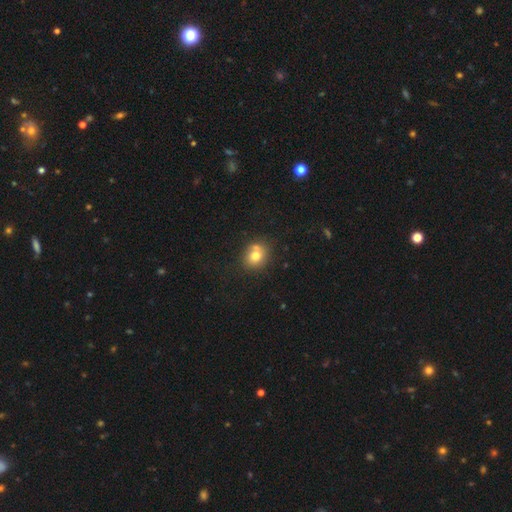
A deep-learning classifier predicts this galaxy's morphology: smooth 73%, featured or disk 15%, star or artifact 12%. Down the decision tree: how rounded — round (73%); merging — none (60%).